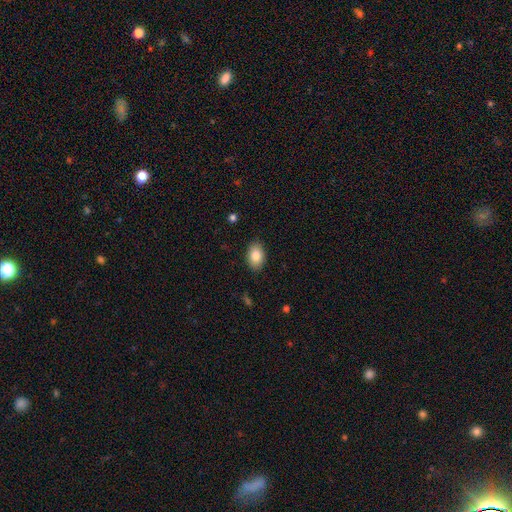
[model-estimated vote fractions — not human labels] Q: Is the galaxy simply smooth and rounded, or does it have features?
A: smooth — 84%.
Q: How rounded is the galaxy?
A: in between — 88%.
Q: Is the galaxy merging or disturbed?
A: none — 88%.